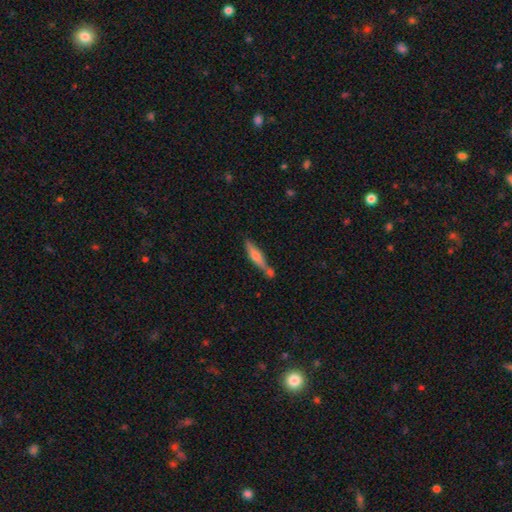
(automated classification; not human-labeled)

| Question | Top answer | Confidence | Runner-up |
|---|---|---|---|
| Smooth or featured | featured or disk | 49% | smooth (44%) |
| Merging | none | 65% | merger (17%) |